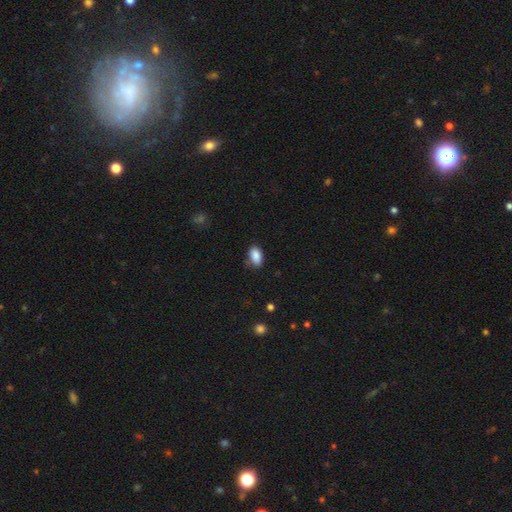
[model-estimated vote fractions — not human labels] Morphology: type=smooth (88%); roundness=in between (92%); merging=none (77%).